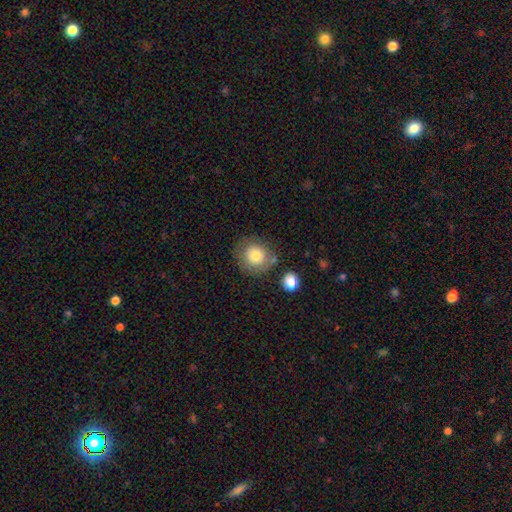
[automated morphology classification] This is likely a smooth galaxy (80%). How rounded: clearly round (86%). Merging: likely none (70%).